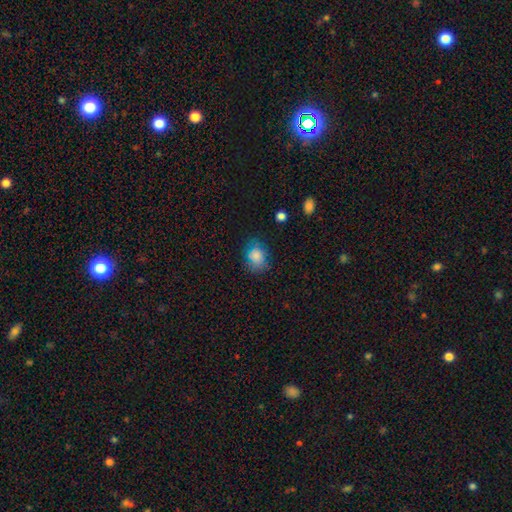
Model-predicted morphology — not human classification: This appears to be a smooth galaxy with no disk features (78%) that is in between round and cigar-shaped (50%). Merging: none (68%).